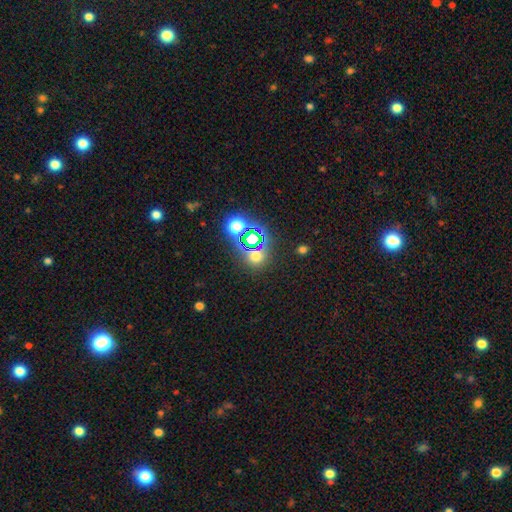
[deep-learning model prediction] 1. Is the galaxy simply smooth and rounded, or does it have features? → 46% star or artifact (tied), 46% smooth (tied), 8% featured or disk.